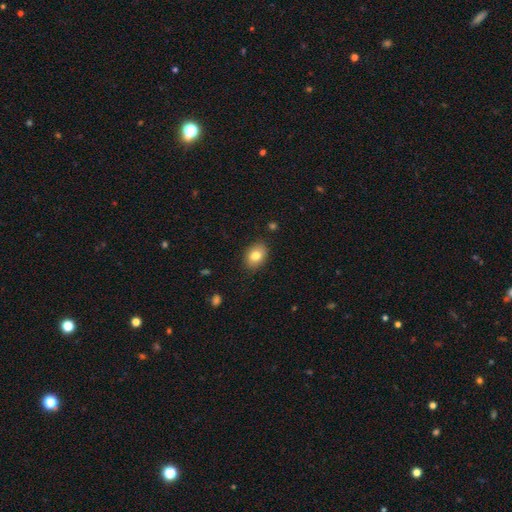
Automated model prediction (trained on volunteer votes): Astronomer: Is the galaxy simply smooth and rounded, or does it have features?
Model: smooth — 81%.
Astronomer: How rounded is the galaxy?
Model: in between — 72%.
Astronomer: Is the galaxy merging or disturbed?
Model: none — 87%.